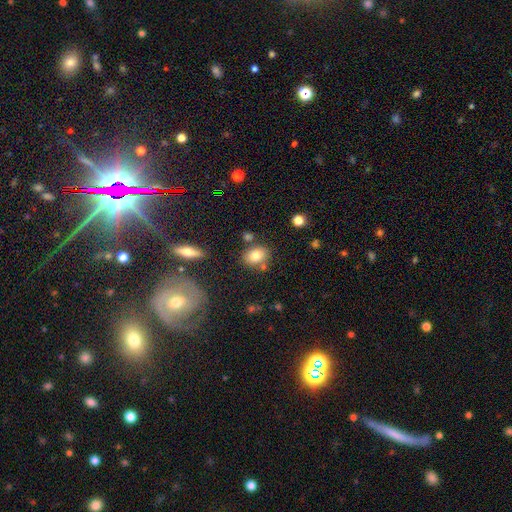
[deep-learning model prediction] Morphology: type=smooth (78%); roundness=in between (64%); merging=none (73%).